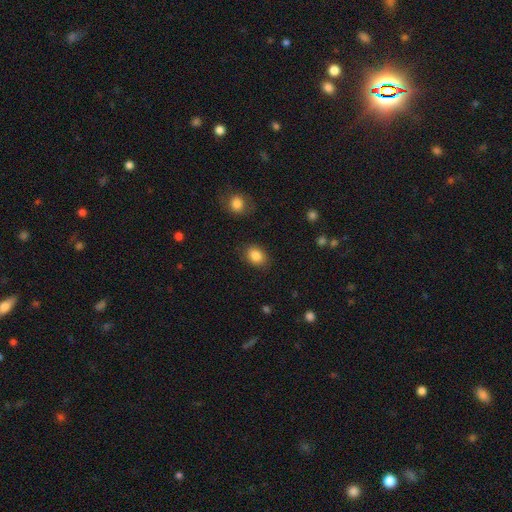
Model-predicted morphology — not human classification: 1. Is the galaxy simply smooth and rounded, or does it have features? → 85% smooth, 9% star or artifact, 6% featured or disk.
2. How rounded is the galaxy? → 69% in between, 30% round, 1% cigar-shaped.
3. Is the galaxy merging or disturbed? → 84% none, 11% minor disturbance, 3% major disturbance, 2% merger.